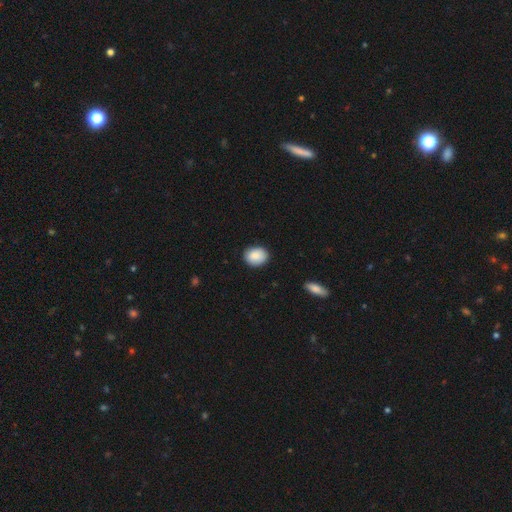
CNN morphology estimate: Smooth or featured: smooth — 89% (star or artifact — 7%)
How rounded: round — 50% (in between — 49%)
Merging: none — 87% (minor disturbance — 10%)